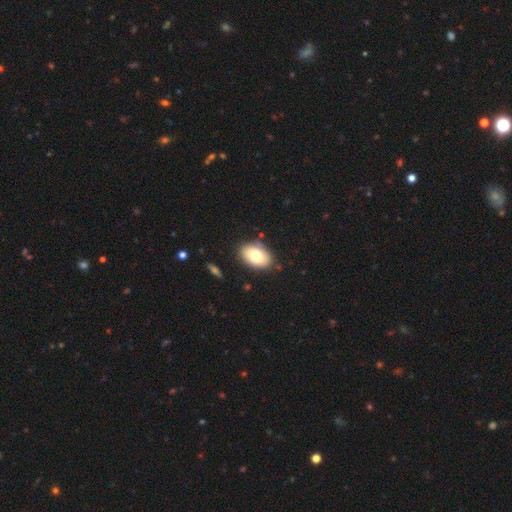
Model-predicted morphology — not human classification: This is likely a smooth galaxy (76%). How rounded: clearly in between (89%). Merging: clearly none (84%).